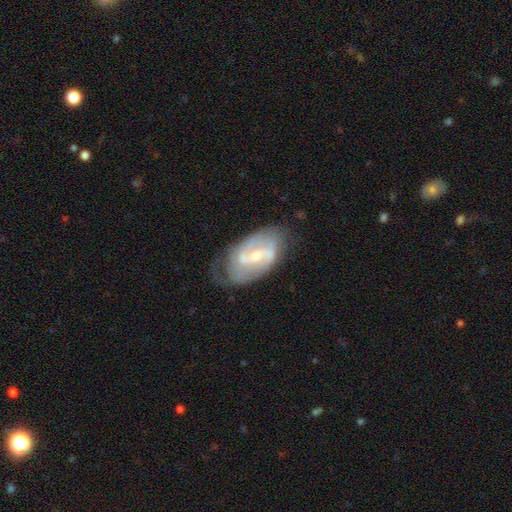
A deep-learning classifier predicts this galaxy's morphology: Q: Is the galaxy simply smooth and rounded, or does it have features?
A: featured or disk — 80%.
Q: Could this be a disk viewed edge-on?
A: no — 95%.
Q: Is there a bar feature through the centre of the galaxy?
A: weak — 48%.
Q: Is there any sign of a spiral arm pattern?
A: yes — 85%.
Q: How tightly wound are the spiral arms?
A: medium — 43%.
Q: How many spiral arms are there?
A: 2 — 70%.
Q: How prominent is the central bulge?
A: small — 56%.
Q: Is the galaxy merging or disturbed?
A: none — 62%.